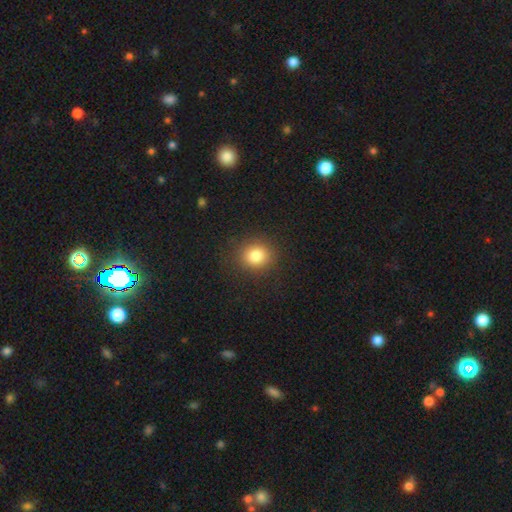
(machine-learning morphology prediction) smooth-or-featured: smooth: 83% | star or artifact: 11% | featured or disk: 6%
  how-rounded: round: 80% | in between: 19% | cigar-shaped: 1%
  merging: none: 88% | minor disturbance: 8% | major disturbance: 3% | merger: 1%